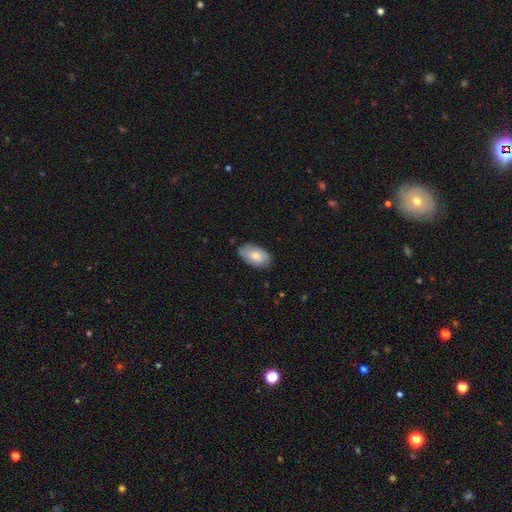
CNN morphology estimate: This is likely a smooth galaxy (74%). How rounded: clearly in between (94%). Merging: likely none (80%).